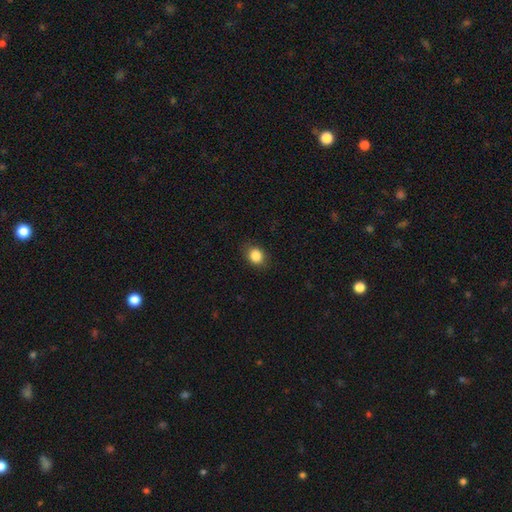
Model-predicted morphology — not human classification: This is clearly a smooth galaxy (86%). How rounded: possibly round (51%). Merging: clearly none (85%).